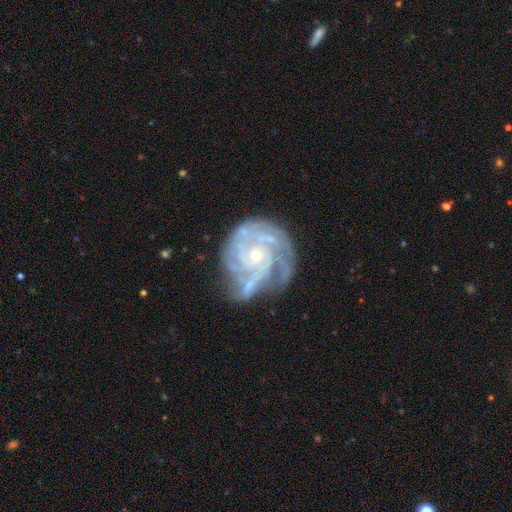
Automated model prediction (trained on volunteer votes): The model was most divided on "spiral arm count": 3: 33%, 4: 23%, can't tell: 17%, 2: 14%, more than 4: 7%, 1: 6%. More confident: edge-on disk — no (98%); spiral arms — yes (98%); smooth or featured — featured or disk (90%); bar — no (75%); spiral winding — tight (74%); bulge size — small (70%); merging — none (57%).